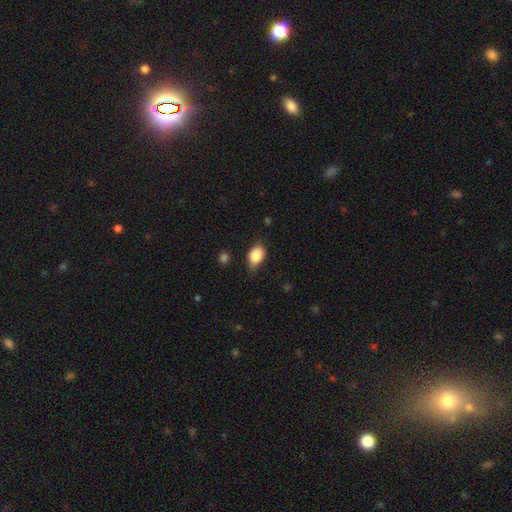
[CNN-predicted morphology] Smooth or featured?
  - smooth: 86% *
  - star or artifact: 8%
  - featured or disk: 6%
How rounded?
  - in between: 83% *
  - round: 15%
  - cigar-shaped: 2%
Merging?
  - none: 63% *
  - minor disturbance: 30%
  - major disturbance: 6%
  - merger: 2%